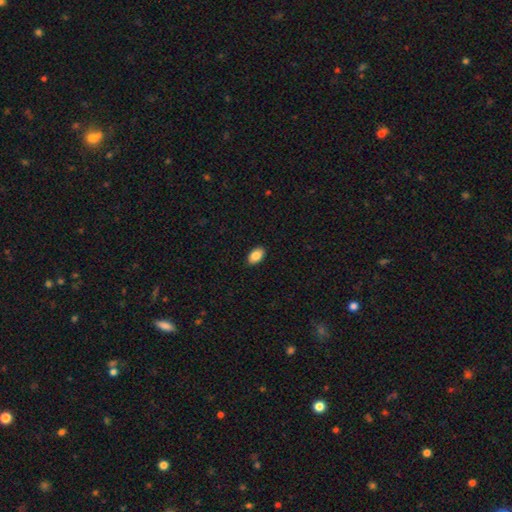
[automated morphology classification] A smooth galaxy with no disk features (85%) that is in between round and cigar-shaped (92%).

Vote fractions:
- Smooth or featured? smooth: 85% / featured or disk: 8% / star or artifact: 7%
- How rounded? in between: 92% / round: 7% / cigar-shaped: 1%
- Merging? none: 90% / minor disturbance: 8% / major disturbance: 2% / merger: 1%